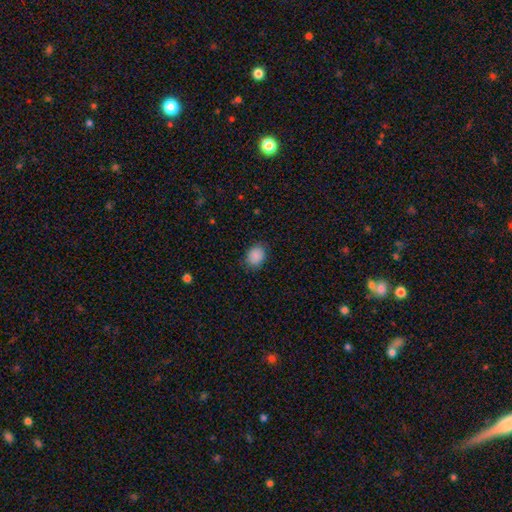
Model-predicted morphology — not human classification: Overall: smooth (88%). How rounded: in between (58%; round 41%). Merging: none (81%).